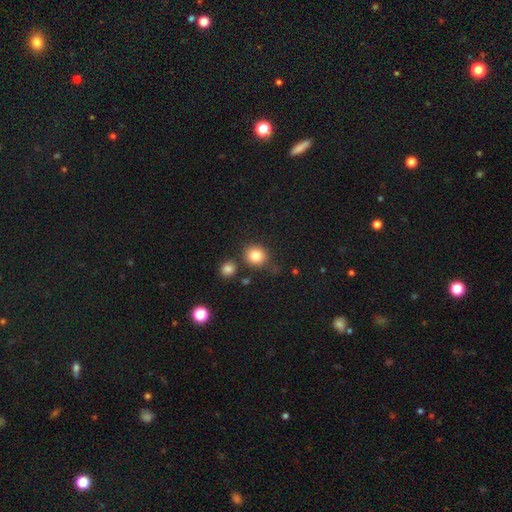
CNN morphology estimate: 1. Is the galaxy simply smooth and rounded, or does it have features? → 83% smooth, 10% star or artifact, 7% featured or disk.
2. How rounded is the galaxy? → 81% round, 18% in between, 1% cigar-shaped.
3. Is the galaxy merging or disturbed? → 77% none, 12% minor disturbance, 8% merger, 4% major disturbance.